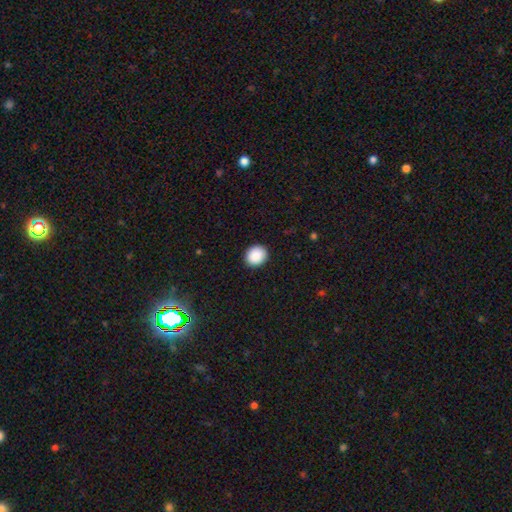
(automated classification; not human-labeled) Smooth or featured? smooth (90%)
How rounded? round (76%)
Merging? none (92%)